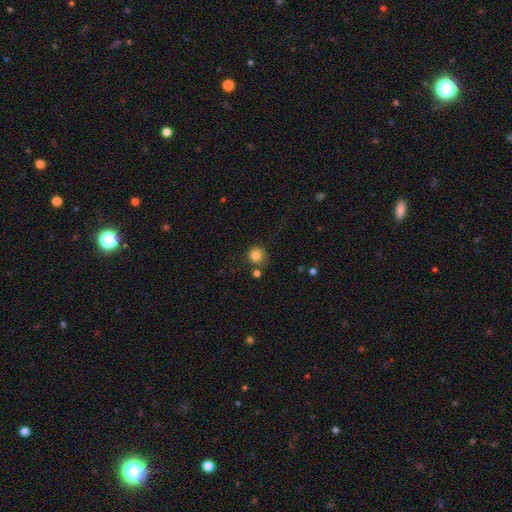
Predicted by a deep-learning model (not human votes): Morphology: type=smooth (82%); roundness=round (87%); merging=none (65%).